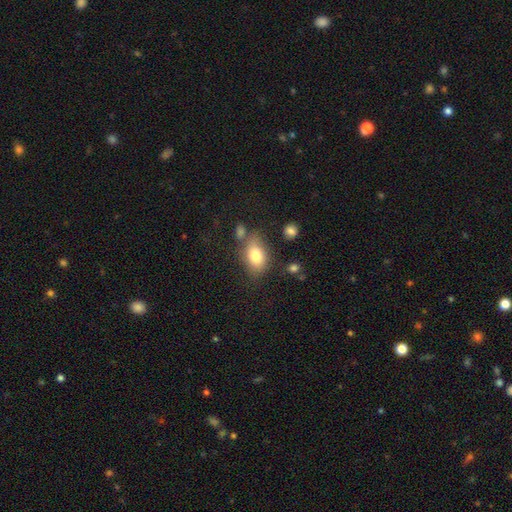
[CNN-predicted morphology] A smooth galaxy with no disk features (79%) that is in between round and cigar-shaped (85%).

Vote fractions:
- Smooth or featured? smooth: 79% / featured or disk: 12% / star or artifact: 8%
- How rounded? in between: 85% / round: 13% / cigar-shaped: 2%
- Merging? none: 64% / minor disturbance: 18% / merger: 12% / major disturbance: 6%